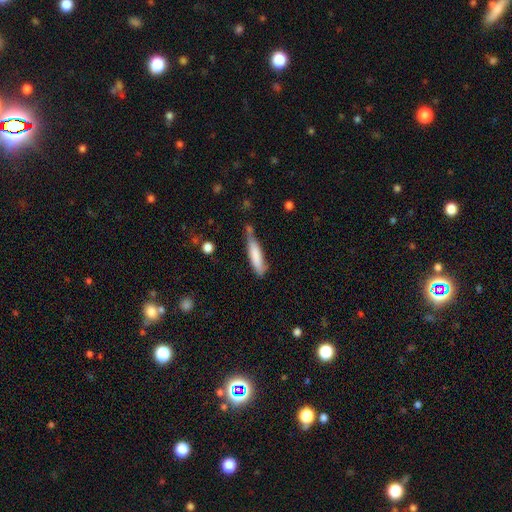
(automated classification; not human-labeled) Smooth or featured? Predicted: smooth (p=0.77). How rounded? Predicted: cigar-shaped (p=0.77). Merging? Predicted: none (p=0.47).